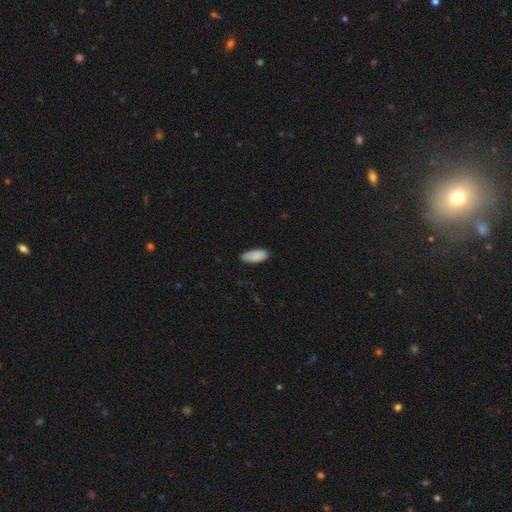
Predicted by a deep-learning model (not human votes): Smooth or featured: smooth — 88% (star or artifact — 6%)
How rounded: in between — 84% (cigar-shaped — 14%)
Merging: none — 76% (minor disturbance — 20%)